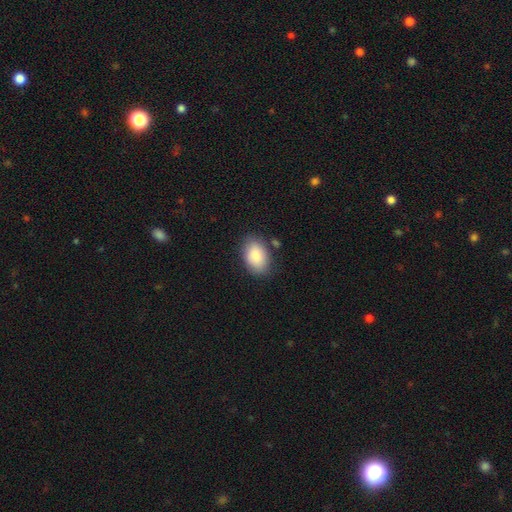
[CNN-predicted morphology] type=smooth (87%); roundness=in between (89%); merging=none (80%).